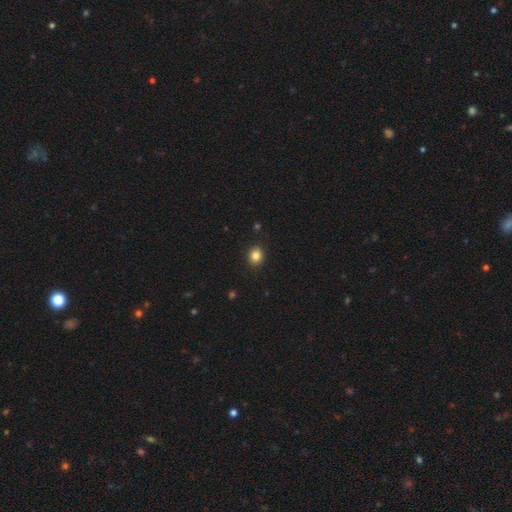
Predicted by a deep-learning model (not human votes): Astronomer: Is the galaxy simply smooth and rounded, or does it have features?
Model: smooth — 84%.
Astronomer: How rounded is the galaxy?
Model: round — 68%.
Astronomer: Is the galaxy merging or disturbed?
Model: none — 91%.